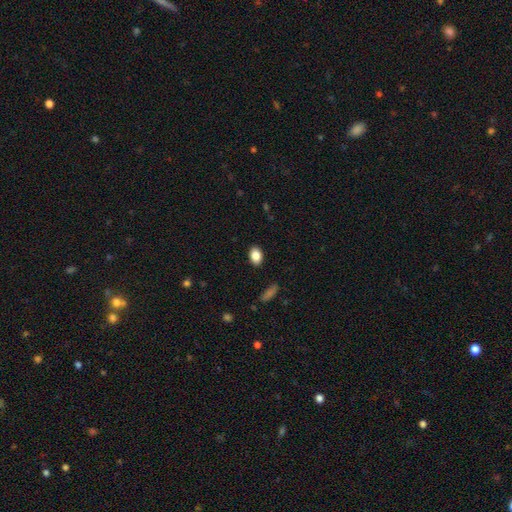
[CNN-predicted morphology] smooth_or_featured: smooth (p=0.87) [alt: star or artifact p=0.08]
how_rounded: in between (p=0.81) [alt: round p=0.18]
merging: none (p=0.88) [alt: minor disturbance p=0.08]